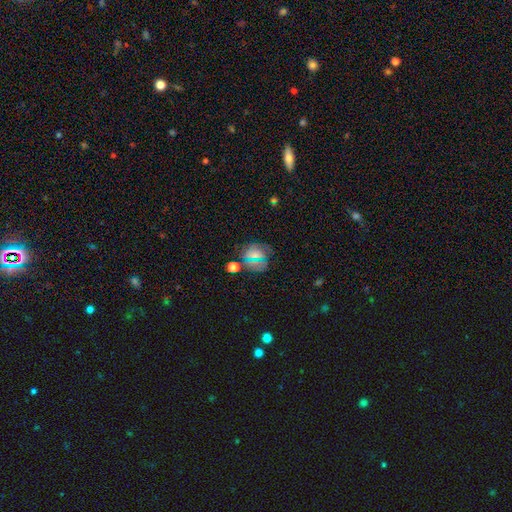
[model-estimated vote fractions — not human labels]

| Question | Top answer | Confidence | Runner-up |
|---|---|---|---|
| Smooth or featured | smooth | 37% | star or artifact (35%) |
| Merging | none | 71% | minor disturbance (15%) |